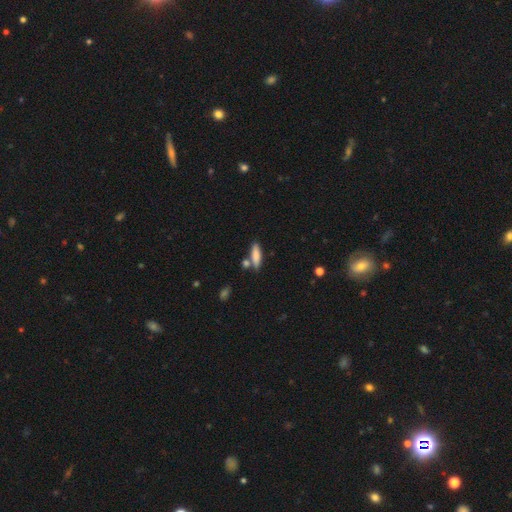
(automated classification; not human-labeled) smooth-or-featured: smooth: 80% | featured or disk: 13% | star or artifact: 7%
  how-rounded: cigar-shaped: 62% | in between: 36% | round: 2%
  merging: none: 70% | merger: 14% | minor disturbance: 13% | major disturbance: 3%